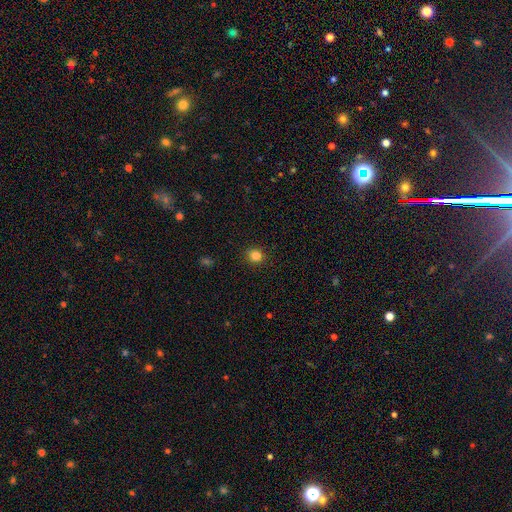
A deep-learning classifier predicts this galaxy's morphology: Overall: smooth (83%). How rounded: round (86%). Merging: none (91%).